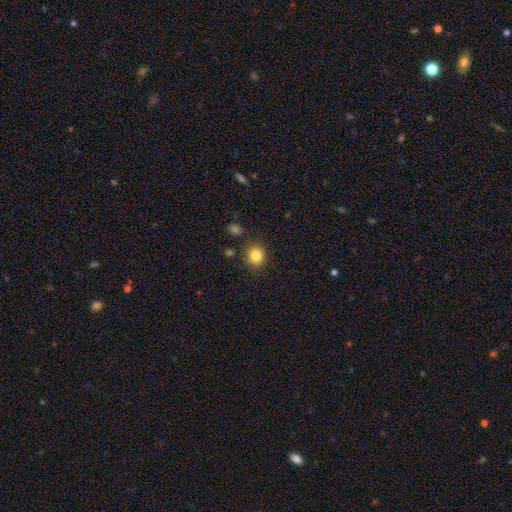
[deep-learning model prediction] A smooth galaxy with no disk features (84%) that is round (85%).

Vote fractions:
- Smooth or featured? smooth: 84% / star or artifact: 10% / featured or disk: 5%
- How rounded? round: 85% / in between: 14% / cigar-shaped: 1%
- Merging? none: 82% / minor disturbance: 11% / merger: 4% / major disturbance: 3%